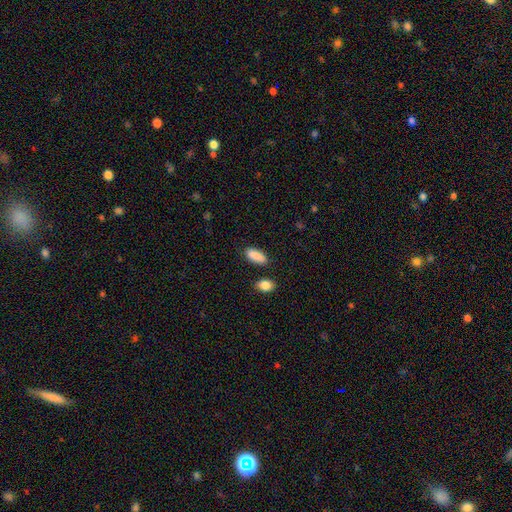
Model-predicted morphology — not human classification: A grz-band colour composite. It shows a smooth galaxy with no disk features (90%) that is in between round and cigar-shaped (84%). Merging: none (80%).